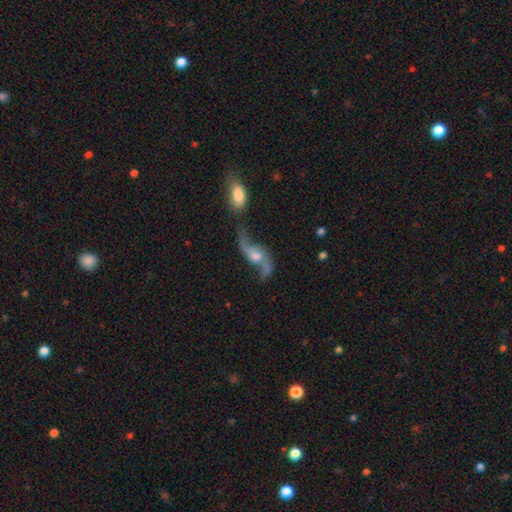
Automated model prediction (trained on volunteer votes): smooth_or_featured: featured or disk (p=0.83) [alt: smooth p=0.09]
disk_edge_on: no (p=0.90) [alt: yes p=0.10]
bar: no (p=0.61) [alt: weak p=0.30]
has_spiral_arms: yes (p=0.92) [alt: no p=0.08]
spiral_winding: loose (p=0.91) [alt: medium p=0.07]
spiral_arm_count: 2 (p=0.92) [alt: 1 p=0.03]
bulge_size: moderate (p=0.54) [alt: small p=0.25]
merging: none (p=0.48) [alt: merger p=0.21]